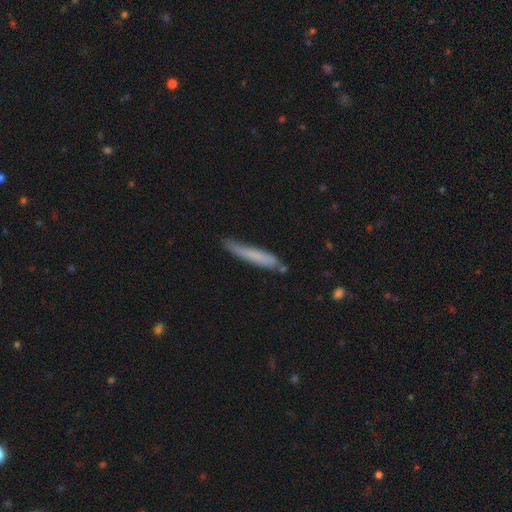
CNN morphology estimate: Overall: smooth (70%). How rounded: cigar-shaped (94%). Merging: none (64%; minor disturbance 26%).